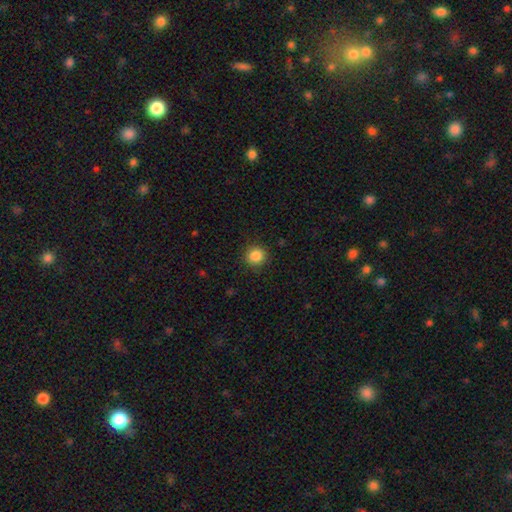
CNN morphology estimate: Smooth or featured: smooth — 86% (star or artifact — 10%)
How rounded: round — 91% (in between — 8%)
Merging: none — 89% (minor disturbance — 8%)